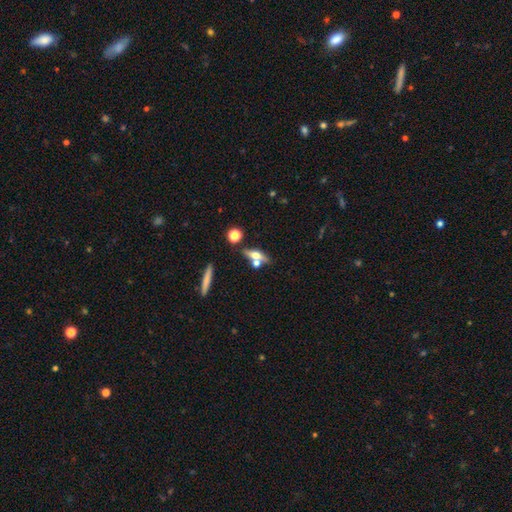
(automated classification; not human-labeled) Q: Smooth or featured?
A: smooth (46%); runner-up: featured or disk (44%)
Q: Merging?
A: none (57%); runner-up: merger (28%)